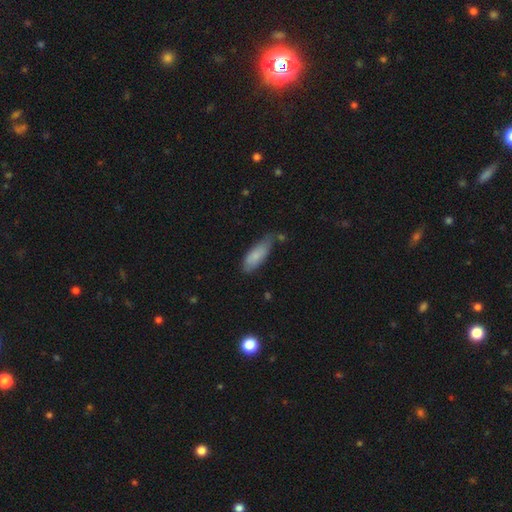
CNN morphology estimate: Smooth or featured? Predicted: smooth (p=0.80). How rounded? Predicted: in between (p=0.67). Merging? Predicted: none (p=0.51).